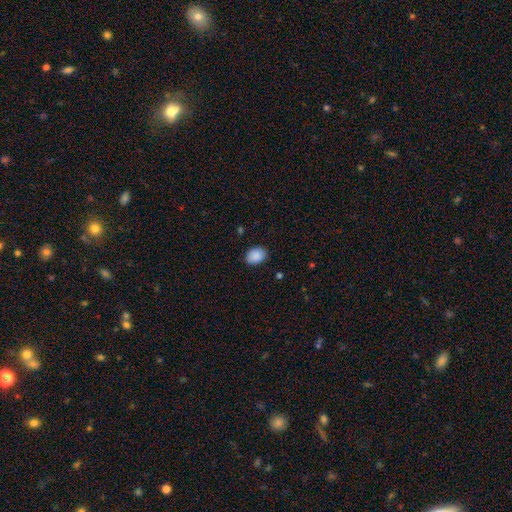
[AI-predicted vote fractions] smooth-or-featured: smooth: 89% | star or artifact: 7% | featured or disk: 3%
  how-rounded: in between: 72% | round: 27% | cigar-shaped: 1%
  merging: none: 85% | minor disturbance: 11% | major disturbance: 3% | merger: 1%